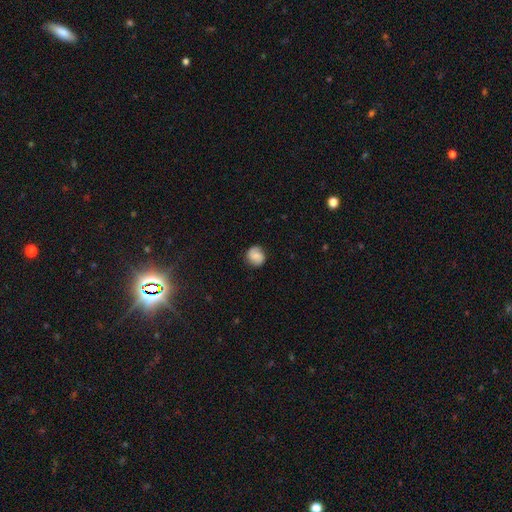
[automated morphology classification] This is likely a smooth galaxy (65%). How rounded: likely round (80%). Merging: likely none (80%).